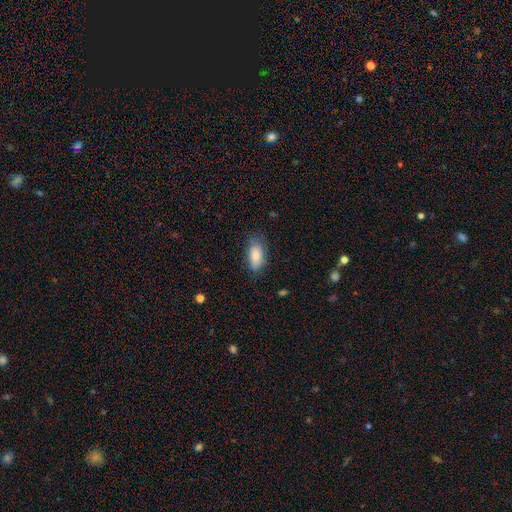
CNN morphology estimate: Smooth or featured? Predicted: smooth (p=0.84). How rounded? Predicted: in between (p=0.90). Merging? Predicted: none (p=0.76).